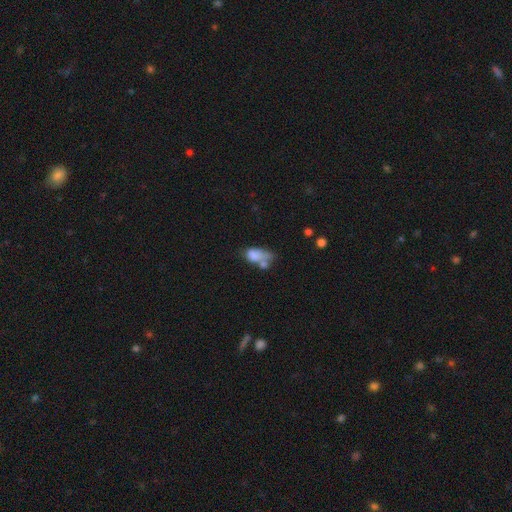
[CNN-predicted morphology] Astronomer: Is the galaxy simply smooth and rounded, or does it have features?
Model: smooth — 69%.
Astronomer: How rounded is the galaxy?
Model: in between — 84%.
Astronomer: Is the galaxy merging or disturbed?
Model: merger — 43% (runner-up: major disturbance, 20%).